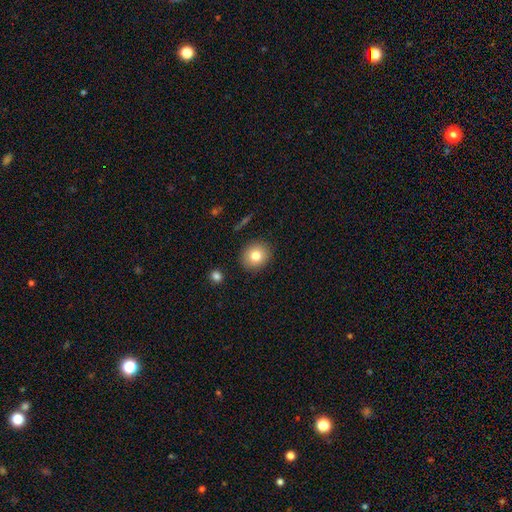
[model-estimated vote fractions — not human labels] smooth_or_featured: smooth (p=0.80) [alt: featured or disk p=0.11]
how_rounded: round (p=0.77) [alt: in between p=0.22]
merging: none (p=0.89) [alt: minor disturbance p=0.07]